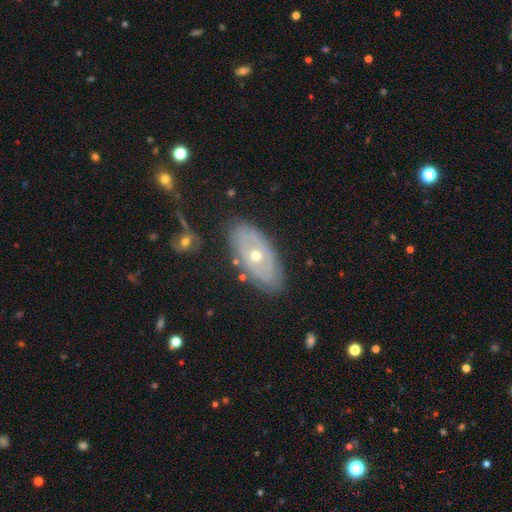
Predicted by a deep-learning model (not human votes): Morphology: type=featured or disk (66%); edge-on=no (87%); bar=no (87%); spiral arms=no (72%); bulge=moderate (62%); merging=none (84%).